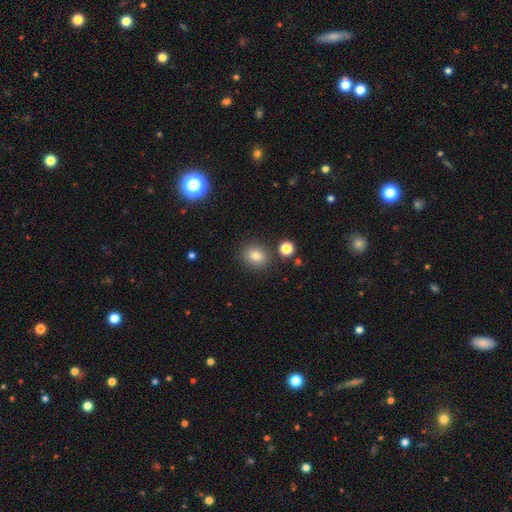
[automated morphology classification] smooth_or_featured: smooth (p=0.81) [alt: star or artifact p=0.13]
how_rounded: round (p=0.69) [alt: in between p=0.30]
merging: none (p=0.85) [alt: minor disturbance p=0.08]